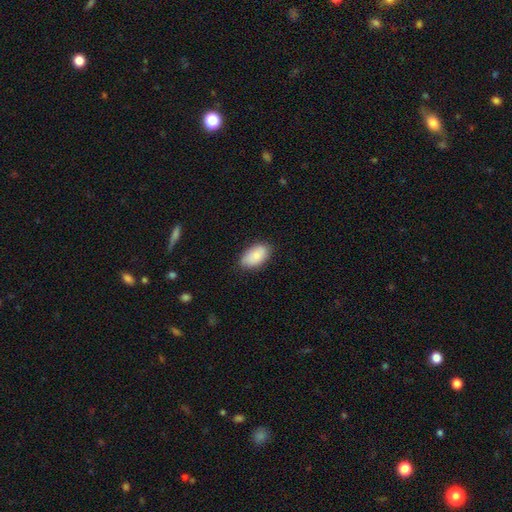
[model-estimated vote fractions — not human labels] A smooth galaxy with no disk features (85%) that is in between round and cigar-shaped (94%). Merging: none (81%).